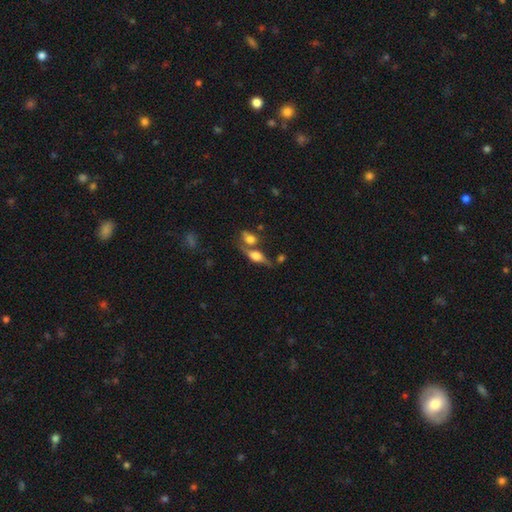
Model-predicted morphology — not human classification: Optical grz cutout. It shows a featured or disk galaxy (60%) viewed edge-on (88%) with a rounded central bulge (91%). Merging: none (57%).